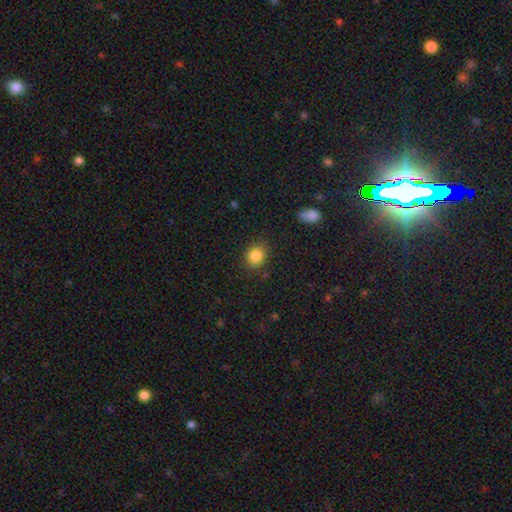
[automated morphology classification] Smooth or featured: smooth — 85% (star or artifact — 10%)
How rounded: round — 68% (in between — 31%)
Merging: none — 84% (minor disturbance — 12%)